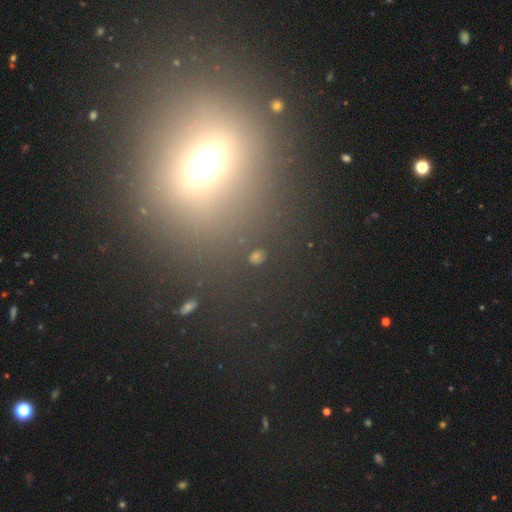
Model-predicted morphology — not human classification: The model was most divided on "smooth or featured": star or artifact: 49%, smooth: 37%, featured or disk: 14%.